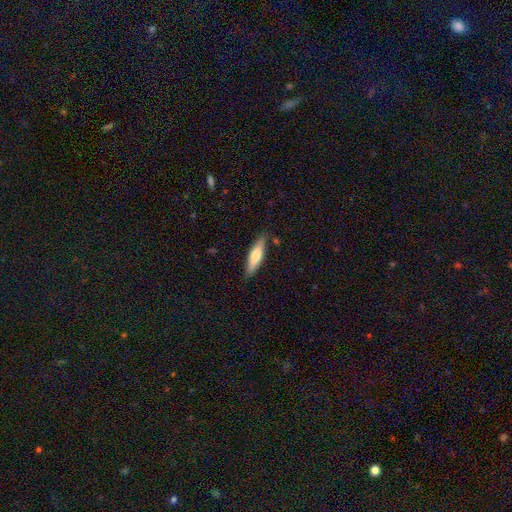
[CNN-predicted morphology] Smooth or featured?
  - smooth: 64% *
  - featured or disk: 30%
  - star or artifact: 5%
How rounded?
  - cigar-shaped: 69% *
  - in between: 30%
  - round: 2%
Merging?
  - none: 84% *
  - minor disturbance: 12%
  - major disturbance: 2%
  - merger: 2%